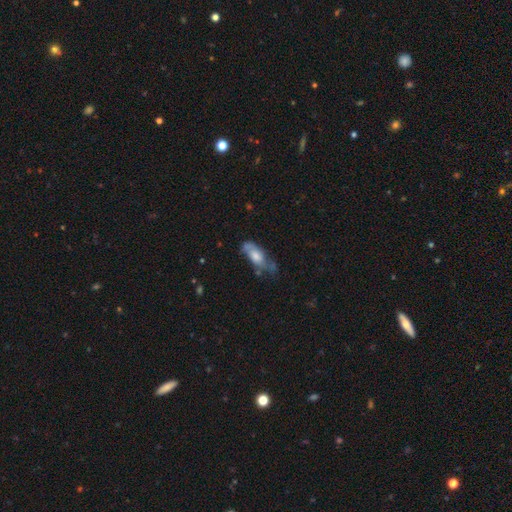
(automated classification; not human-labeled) smooth-or-featured: smooth: 54% | featured or disk: 39% | star or artifact: 8%
  how-rounded: in between: 76% | cigar-shaped: 21% | round: 4%
  merging: none: 41% | minor disturbance: 31% | major disturbance: 19% | merger: 10%